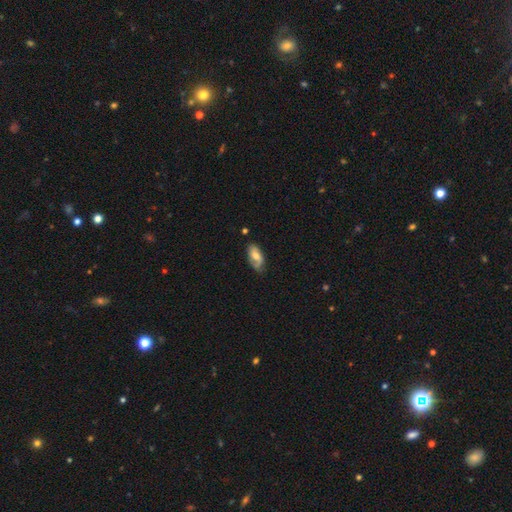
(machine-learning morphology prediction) The model was most divided on "smooth or featured": smooth: 57%, featured or disk: 37%, star or artifact: 7%. More confident: how rounded — in between (90%); merging — none (65%).